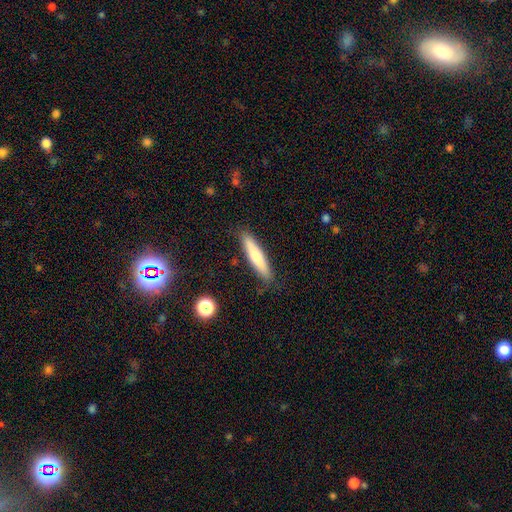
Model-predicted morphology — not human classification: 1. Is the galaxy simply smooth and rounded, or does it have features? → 65% smooth, 27% featured or disk, 8% star or artifact.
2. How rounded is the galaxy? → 89% cigar-shaped, 10% in between, 1% round.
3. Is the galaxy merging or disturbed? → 88% none, 9% minor disturbance, 2% major disturbance, 1% merger.